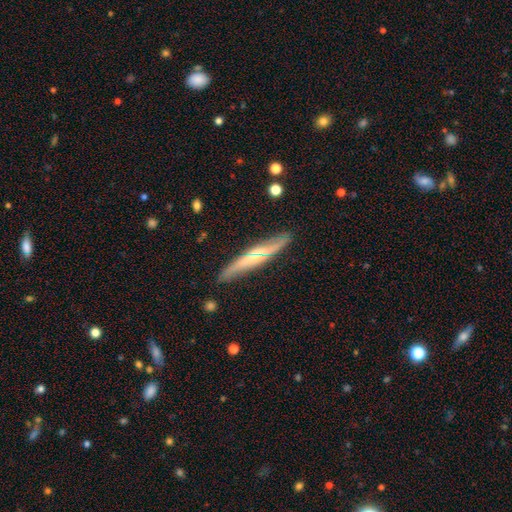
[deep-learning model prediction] Overall: featured or disk (66%; smooth 28%). Edge-on disk: yes (85%). Edge-on bulge: rounded (69%). Merging: none (84%).